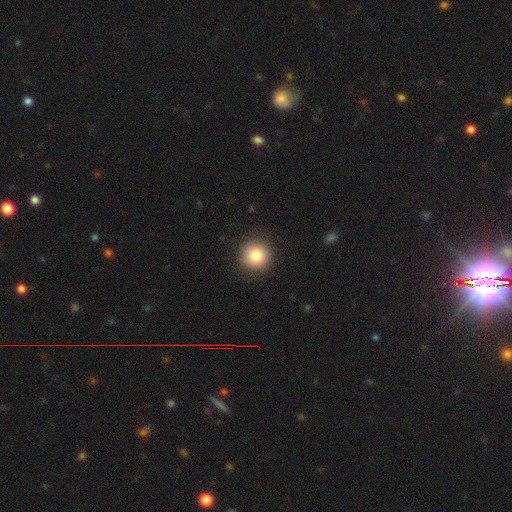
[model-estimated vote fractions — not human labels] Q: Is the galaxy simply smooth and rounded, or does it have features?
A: smooth — 84%.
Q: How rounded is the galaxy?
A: round — 94%.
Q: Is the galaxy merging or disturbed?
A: none — 89%.